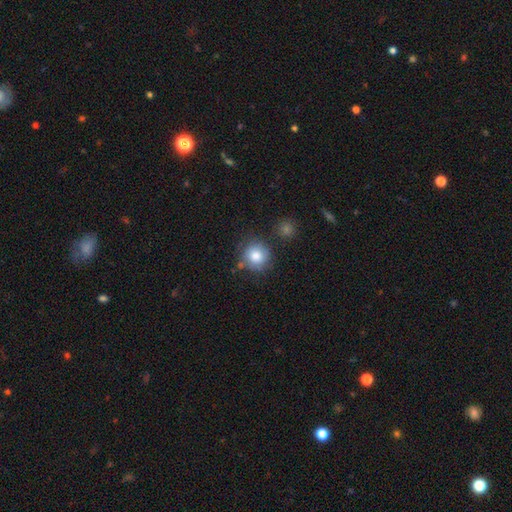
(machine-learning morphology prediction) Smooth or featured: smooth — 82% (featured or disk — 9%)
How rounded: round — 90% (in between — 9%)
Merging: none — 72% (minor disturbance — 15%)